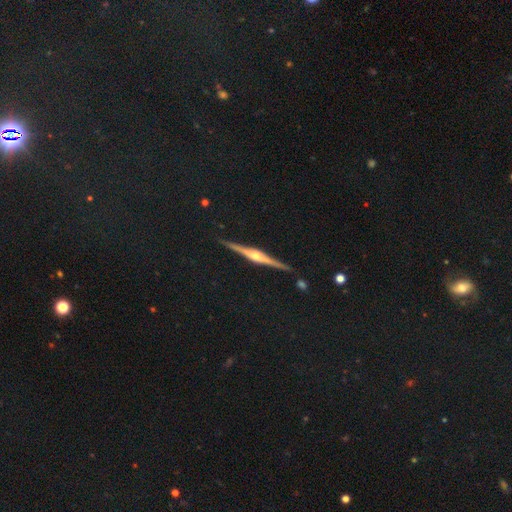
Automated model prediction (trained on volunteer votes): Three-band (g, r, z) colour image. It shows a featured or disk galaxy (86%) viewed edge-on (98%) with a rounded central bulge (89%). Merging: none (91%).